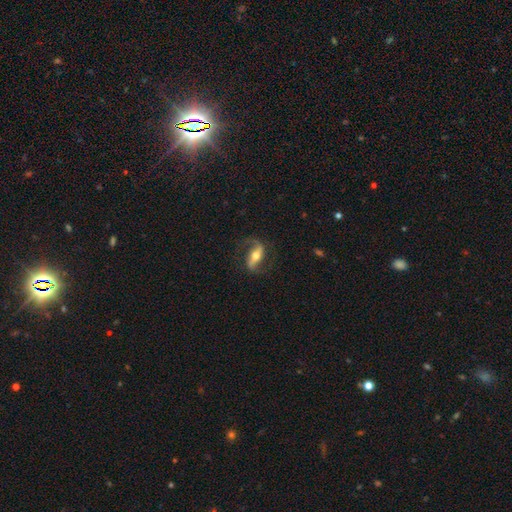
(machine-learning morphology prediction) Smooth or featured: featured or disk — 78% (smooth — 16%)
Edge-on disk: no — 87% (yes — 13%)
Bar: strong — 56% (weak — 23%)
Spiral arms: yes — 91% (no — 9%)
Spiral winding: loose — 60% (medium — 31%)
Spiral arm count: 2 — 90% (1 — 5%)
Bulge size: moderate — 69% (small — 18%)
Merging: none — 75% (minor disturbance — 14%)